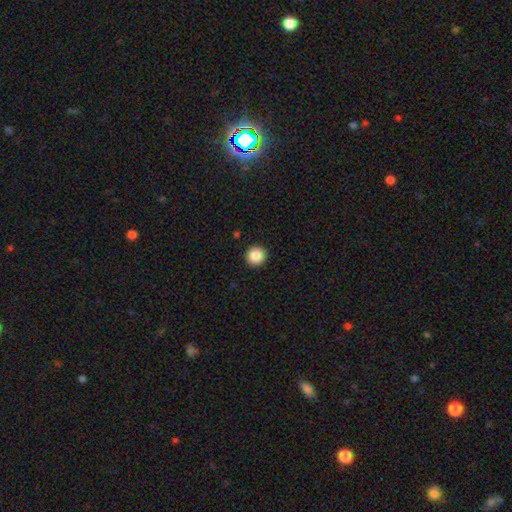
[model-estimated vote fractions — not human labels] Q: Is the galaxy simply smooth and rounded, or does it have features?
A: smooth — 87%.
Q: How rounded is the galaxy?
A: round — 96%.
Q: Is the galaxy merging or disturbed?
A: none — 93%.